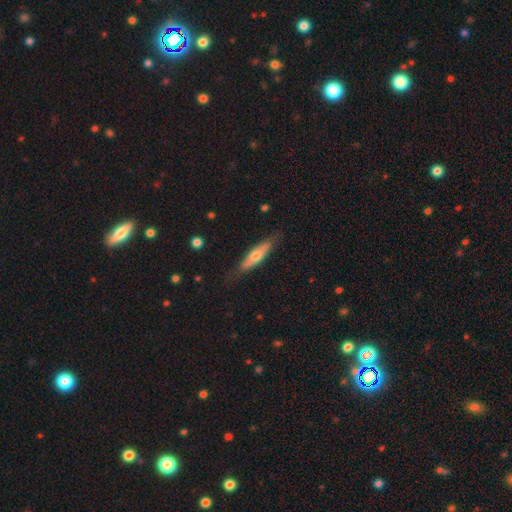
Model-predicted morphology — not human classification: The model was most divided on "smooth or featured": smooth: 51%, featured or disk: 44%, star or artifact: 5%. More confident: merging — none (77%); how rounded — cigar-shaped (68%).